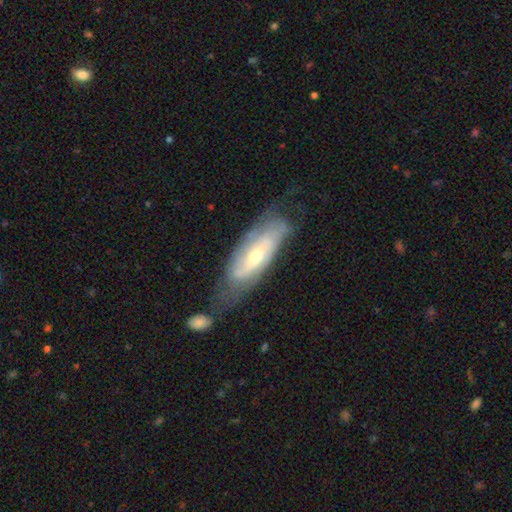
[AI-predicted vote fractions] A featured or disk galaxy (70%) with no bar (44%), spiral arms (81%) and a moderate central bulge (52%).

Vote fractions:
- Smooth or featured? featured or disk: 70% / smooth: 24% / star or artifact: 6%
- Edge-on disk? no: 83% / yes: 17%
- Bar? no: 44% / weak: 37% / strong: 18%
- Spiral arms? yes: 81% / no: 19%
- Bulge size? moderate: 52% / small: 43% / large: 3% / none: 1% / dominant: 1%
- Merging? none: 53% / minor disturbance: 27% / major disturbance: 13% / merger: 7%